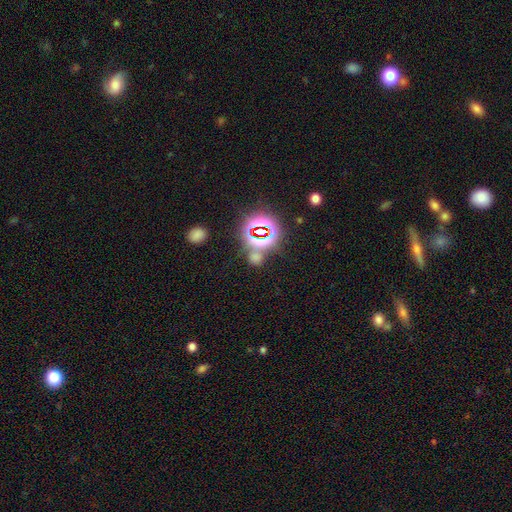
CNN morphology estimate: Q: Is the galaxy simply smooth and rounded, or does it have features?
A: star or artifact — 69%.